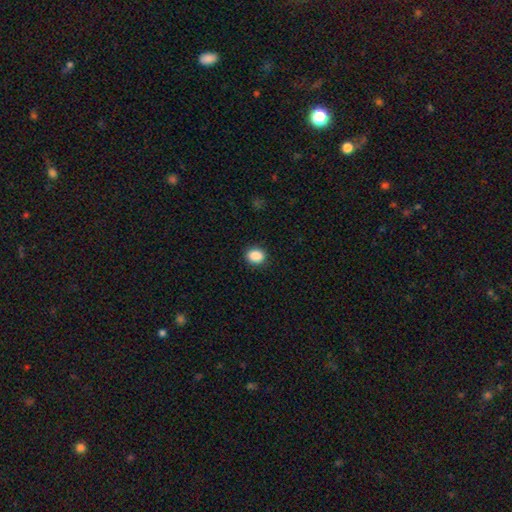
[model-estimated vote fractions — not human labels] smooth_or_featured: smooth (p=0.88) [alt: star or artifact p=0.09]
how_rounded: in between (p=0.50) [alt: round p=0.49]
merging: none (p=0.89) [alt: minor disturbance p=0.08]